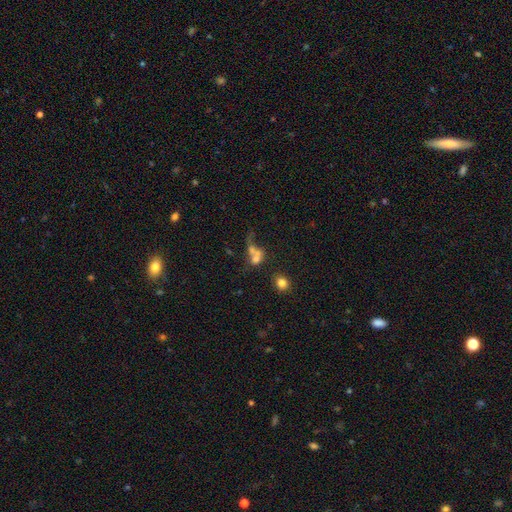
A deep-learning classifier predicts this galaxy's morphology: Smooth or featured? Predicted: smooth (p=0.56). How rounded? Predicted: round (p=0.51). Merging? Predicted: merger (p=0.58).